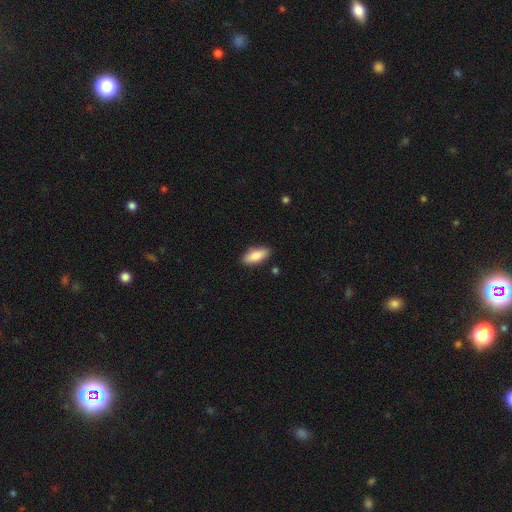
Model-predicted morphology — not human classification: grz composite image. It shows a smooth galaxy with no disk features (86%) that is in between round and cigar-shaped (81%). Merging: none (87%).